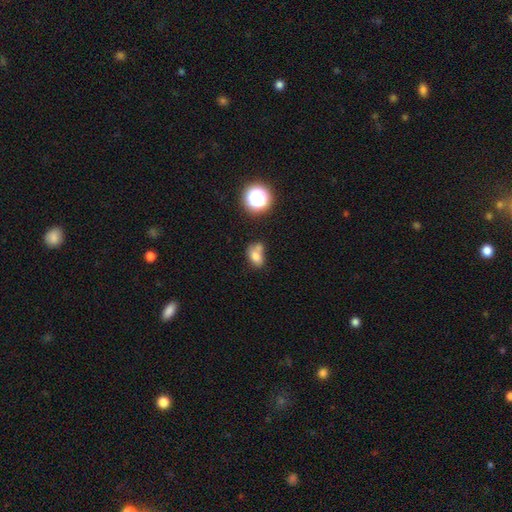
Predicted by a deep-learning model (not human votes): Smooth or featured: smooth — 72% (star or artifact — 14%)
How rounded: in between — 73% (round — 26%)
Merging: merger — 38% (none — 34%)